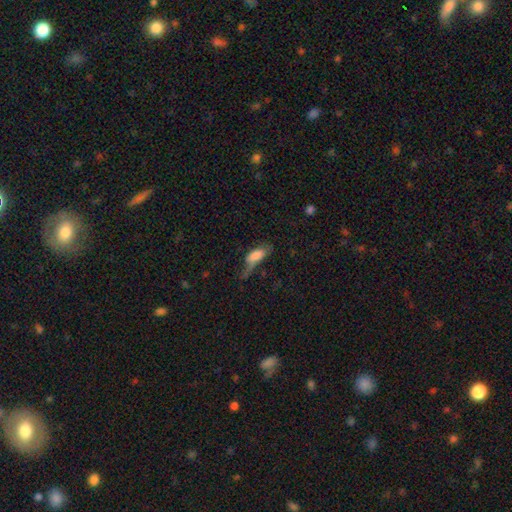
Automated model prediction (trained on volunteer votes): A smooth galaxy with no disk features (72%) that is in between round and cigar-shaped (75%). Merging: major disturbance (44%).